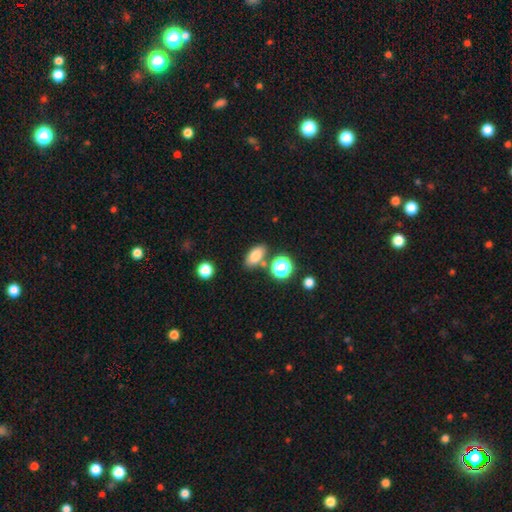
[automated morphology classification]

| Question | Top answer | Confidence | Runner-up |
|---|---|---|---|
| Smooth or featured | smooth | 78% | star or artifact (12%) |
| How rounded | in between | 84% | round (11%) |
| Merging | none | 76% | minor disturbance (11%) |